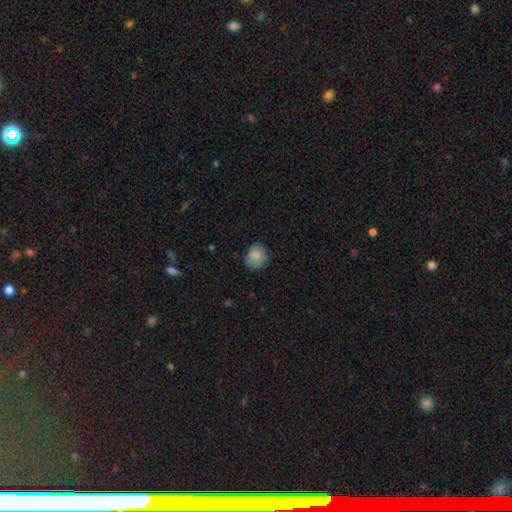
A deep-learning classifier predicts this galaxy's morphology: Smooth or featured? Predicted: smooth (p=0.83). How rounded? Predicted: round (p=0.69). Merging? Predicted: none (p=0.77).